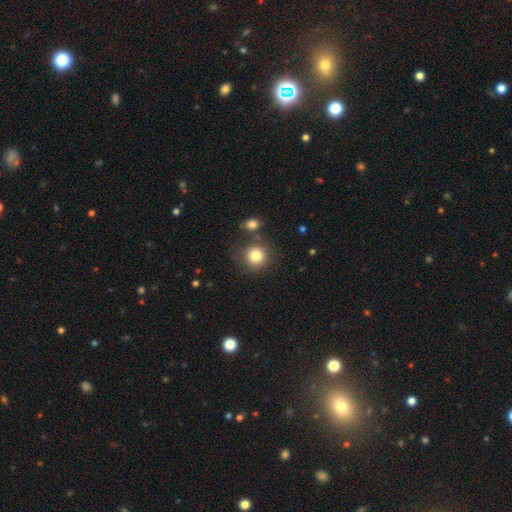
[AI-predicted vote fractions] This is clearly a smooth galaxy (81%). How rounded: clearly round (91%). Merging: likely none (77%).